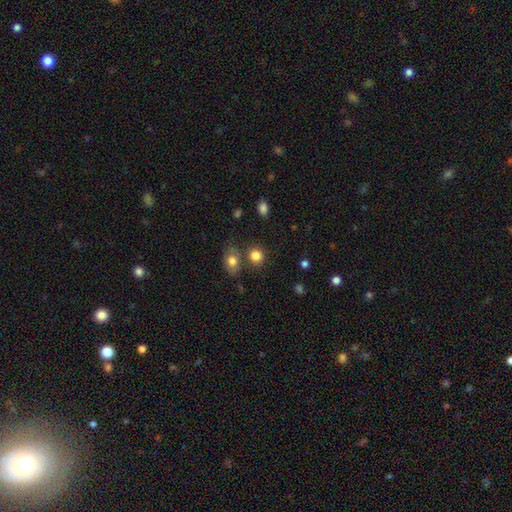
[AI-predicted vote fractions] Smooth or featured? Predicted: smooth (p=0.83). How rounded? Predicted: round (p=0.80). Merging? Predicted: none (p=0.71).